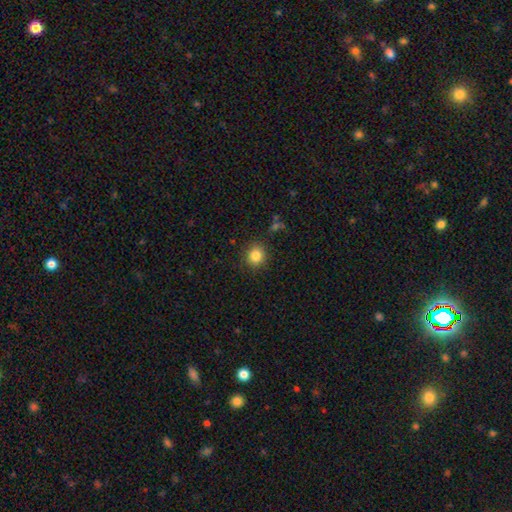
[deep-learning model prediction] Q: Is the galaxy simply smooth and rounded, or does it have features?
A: smooth — 83%.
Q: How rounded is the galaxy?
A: round — 87%.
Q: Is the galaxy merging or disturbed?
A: none — 87%.